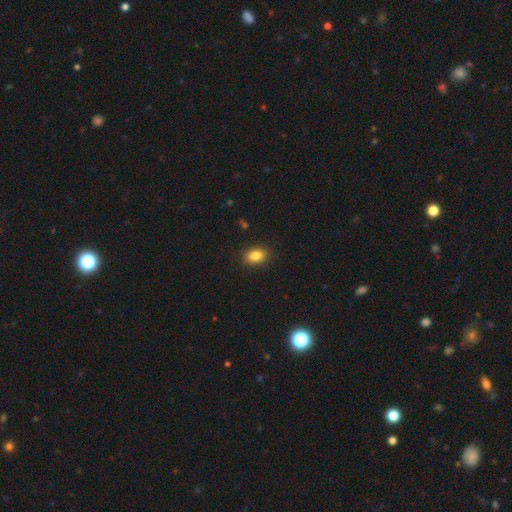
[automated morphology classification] This is clearly a smooth galaxy (85%). How rounded: likely in between (80%). Merging: clearly none (89%).